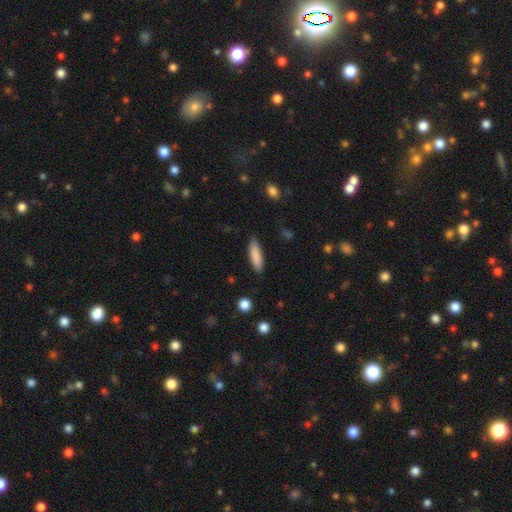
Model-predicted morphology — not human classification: Smooth or featured?
  - smooth: 86% *
  - featured or disk: 8%
  - star or artifact: 6%
How rounded?
  - cigar-shaped: 62% *
  - in between: 37%
  - round: 1%
Merging?
  - none: 85% *
  - minor disturbance: 11%
  - major disturbance: 2%
  - merger: 1%